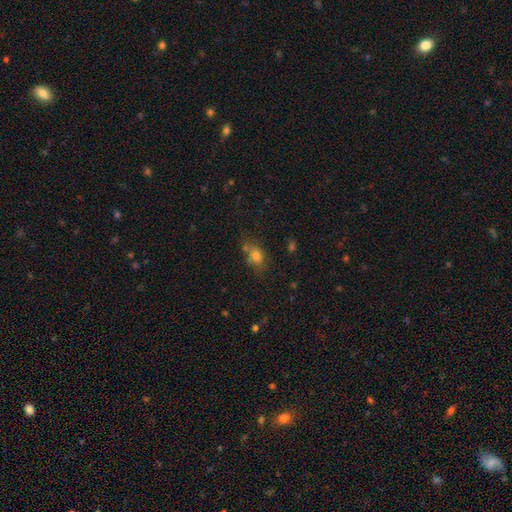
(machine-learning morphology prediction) Overall: smooth (73%). How rounded: in between (66%; round 31%). Merging: none (55%; minor disturbance 21%).